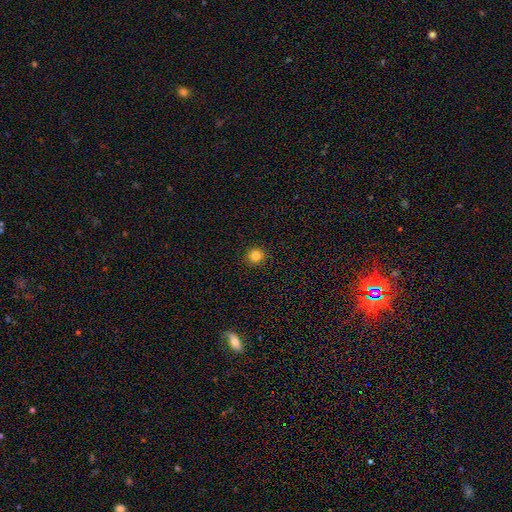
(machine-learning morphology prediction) type=smooth (82%); roundness=round (91%); merging=none (92%).